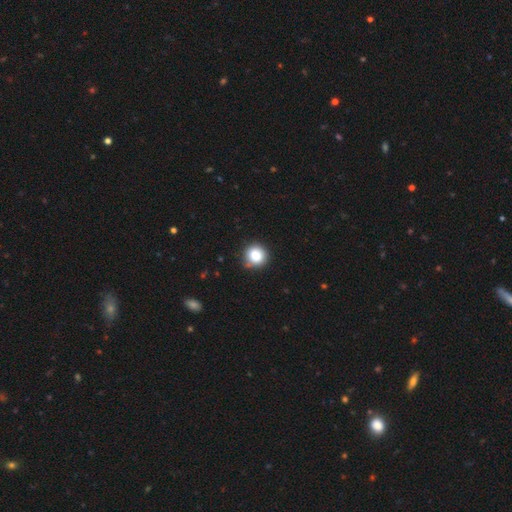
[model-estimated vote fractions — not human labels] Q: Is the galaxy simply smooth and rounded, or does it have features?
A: smooth — 83%.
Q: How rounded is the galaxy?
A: round — 90%.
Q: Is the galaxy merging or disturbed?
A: none — 83%.